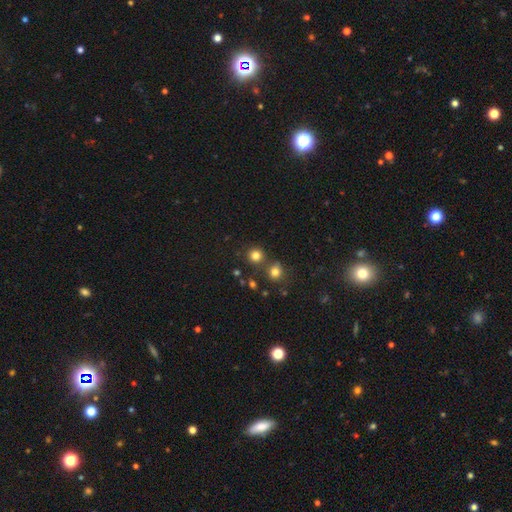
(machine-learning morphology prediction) A smooth galaxy with no disk features (79%) that is round (92%). Merging: none (76%).